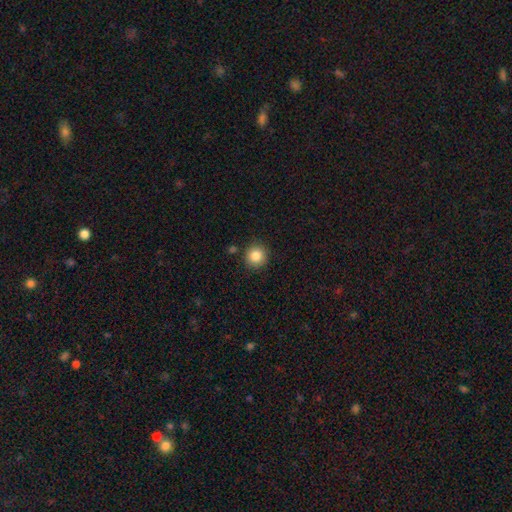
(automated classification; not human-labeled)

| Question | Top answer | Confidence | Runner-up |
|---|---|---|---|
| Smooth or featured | smooth | 86% | star or artifact (9%) |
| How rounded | round | 94% | in between (5%) |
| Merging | none | 88% | minor disturbance (7%) |